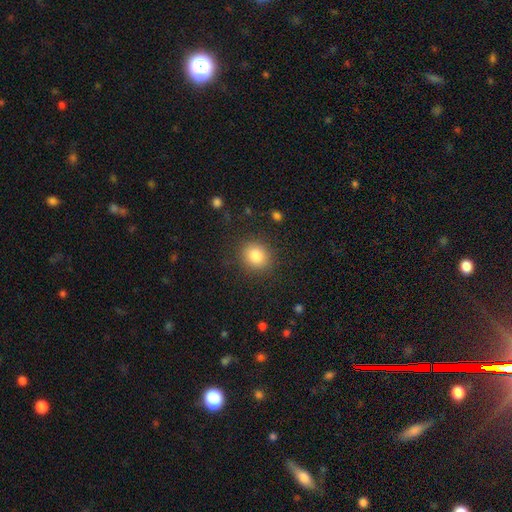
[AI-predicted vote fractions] Q: Smooth or featured?
A: smooth (84%); runner-up: star or artifact (10%)
Q: How rounded?
A: round (79%); runner-up: in between (20%)
Q: Merging?
A: none (87%); runner-up: minor disturbance (8%)